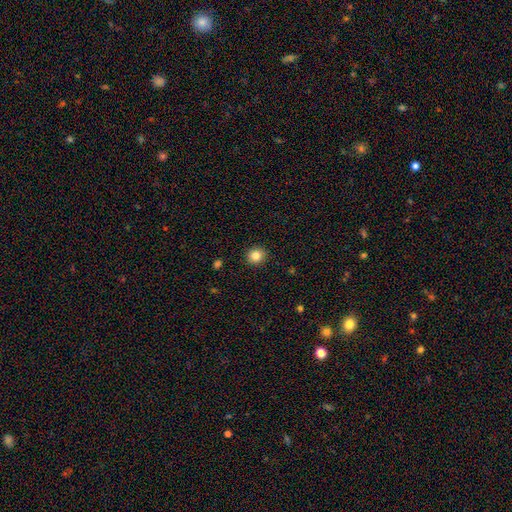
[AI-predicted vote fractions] Morphology: type=smooth (83%); roundness=round (87%); merging=none (92%).